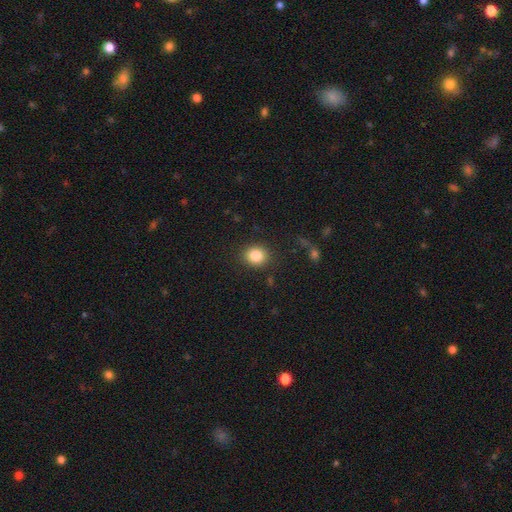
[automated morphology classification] type=smooth (85%); roundness=round (77%); merging=none (88%).